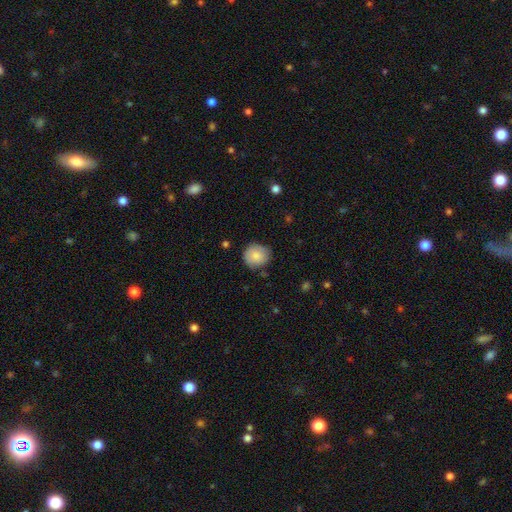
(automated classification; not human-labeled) Q: Smooth or featured?
A: smooth (82%); runner-up: featured or disk (10%)
Q: How rounded?
A: round (87%); runner-up: in between (12%)
Q: Merging?
A: none (79%); runner-up: minor disturbance (17%)